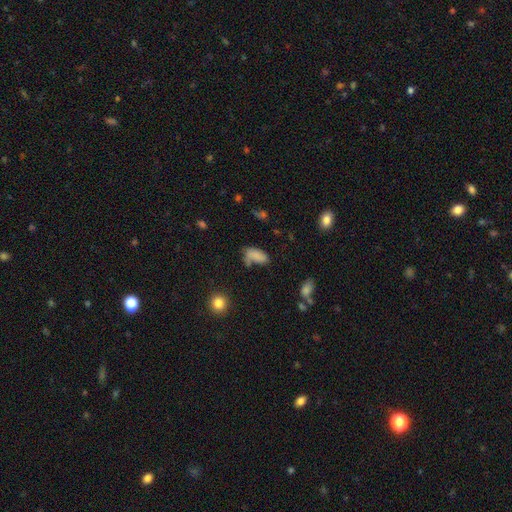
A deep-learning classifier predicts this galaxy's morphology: smooth 78%, star or artifact 11%, featured or disk 11%. Down the decision tree: how rounded — in between (89%); merging — none (41%).